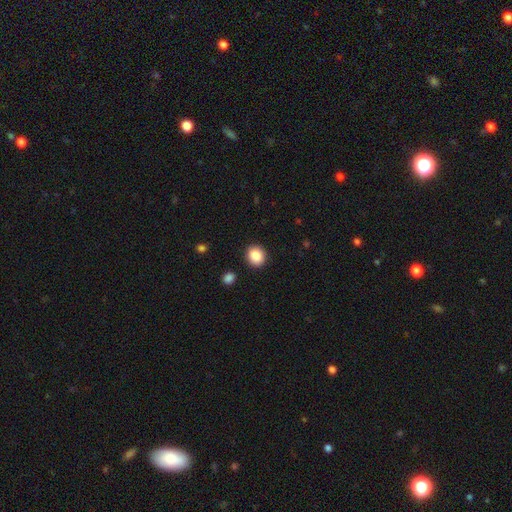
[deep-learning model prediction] Q: Smooth or featured?
A: smooth (88%); runner-up: star or artifact (9%)
Q: How rounded?
A: round (75%); runner-up: in between (24%)
Q: Merging?
A: none (90%); runner-up: minor disturbance (6%)